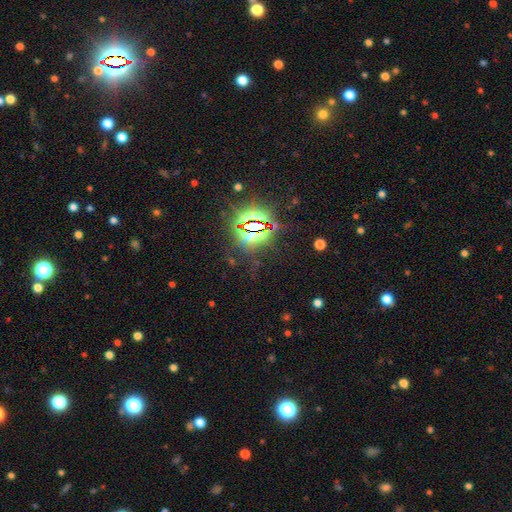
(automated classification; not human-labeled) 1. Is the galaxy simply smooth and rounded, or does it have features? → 81% star or artifact, 12% smooth, 7% featured or disk.